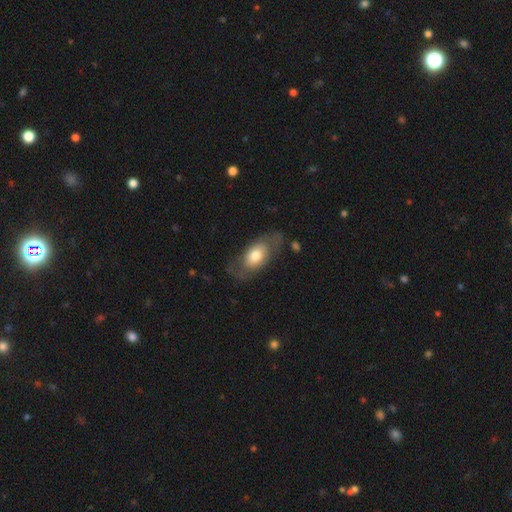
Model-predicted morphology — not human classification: smooth-or-featured: smooth: 58% | featured or disk: 36% | star or artifact: 6%
  how-rounded: in between: 88% | round: 7% | cigar-shaped: 5%
  merging: none: 63% | minor disturbance: 21% | major disturbance: 14% | merger: 2%